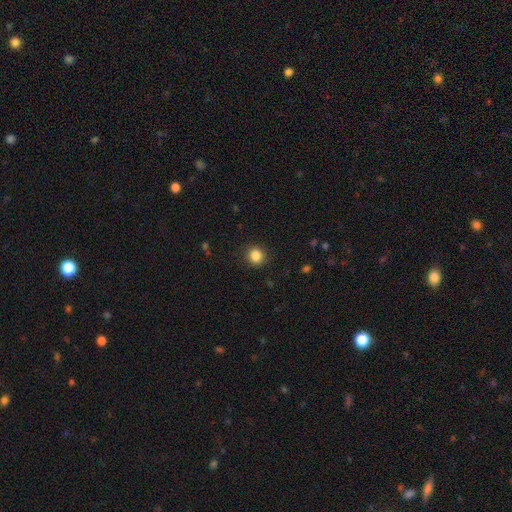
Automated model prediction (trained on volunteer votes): A smooth galaxy with no disk features (86%) that is round (81%). Merging: none (90%).